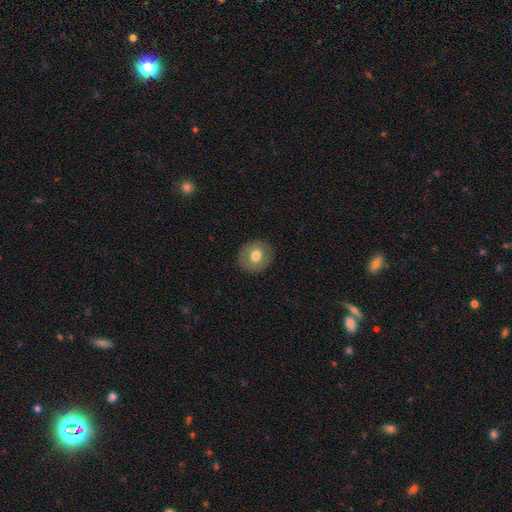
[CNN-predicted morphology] type=smooth (67%); roundness=round (81%); merging=none (89%).